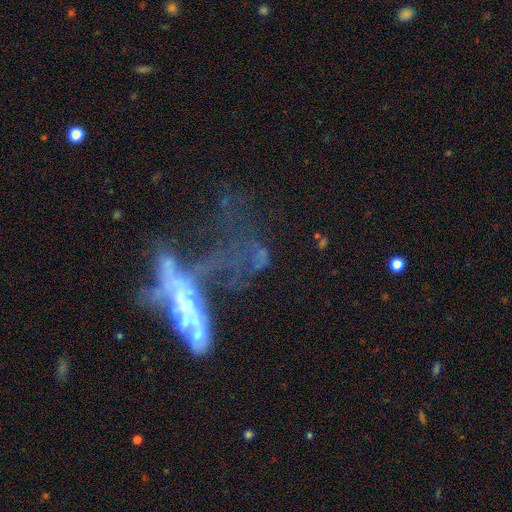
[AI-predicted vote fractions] This is possibly a featured or disk galaxy (58%). It is likely not viewed edge-on (80%). Merging: marginally merger (37%).